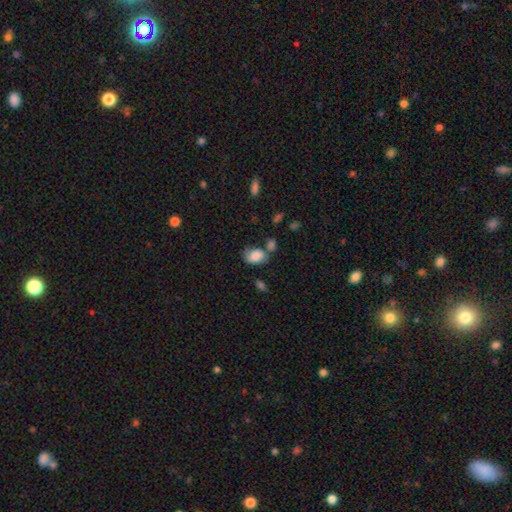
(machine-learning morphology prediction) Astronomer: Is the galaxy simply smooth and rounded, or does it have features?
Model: smooth — 77%.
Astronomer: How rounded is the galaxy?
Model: in between — 80%.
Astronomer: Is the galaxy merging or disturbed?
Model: none — 44% (runner-up: minor disturbance, 26%).